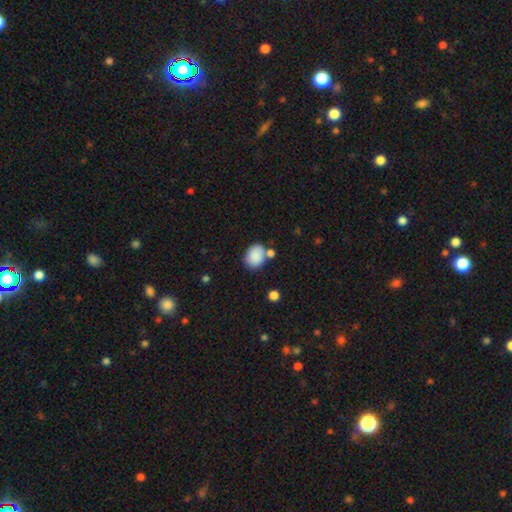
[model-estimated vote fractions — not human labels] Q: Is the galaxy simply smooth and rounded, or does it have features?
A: smooth — 87%.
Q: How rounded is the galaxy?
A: in between — 58%.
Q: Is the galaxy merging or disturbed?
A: none — 65%.